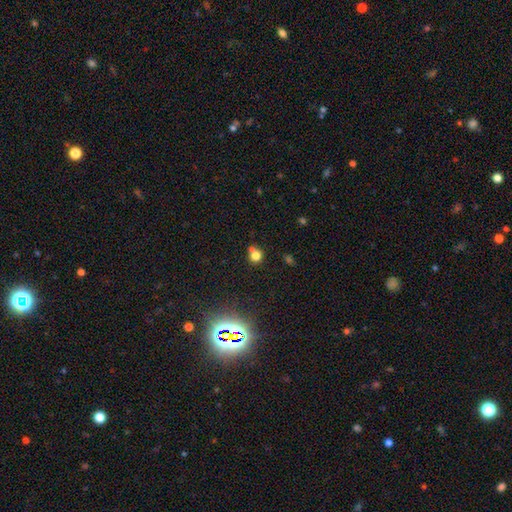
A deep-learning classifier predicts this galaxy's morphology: The model was most divided on "merging": none: 55%, merger: 30%, minor disturbance: 11%, major disturbance: 4%. More confident: how rounded — round (85%); smooth or featured — smooth (73%).